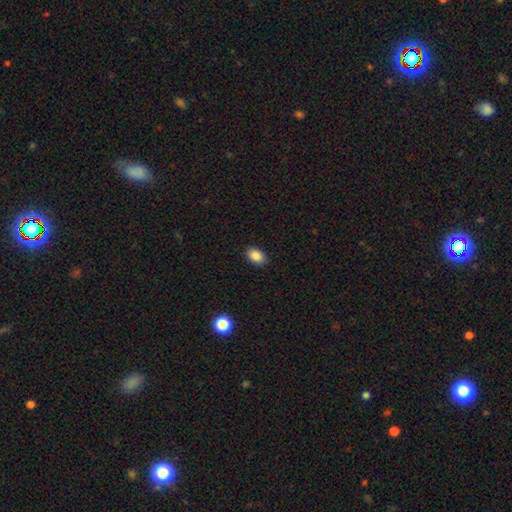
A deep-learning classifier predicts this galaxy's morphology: A smooth galaxy with no disk features (87%) that is in between round and cigar-shaped (79%). Merging: none (88%).